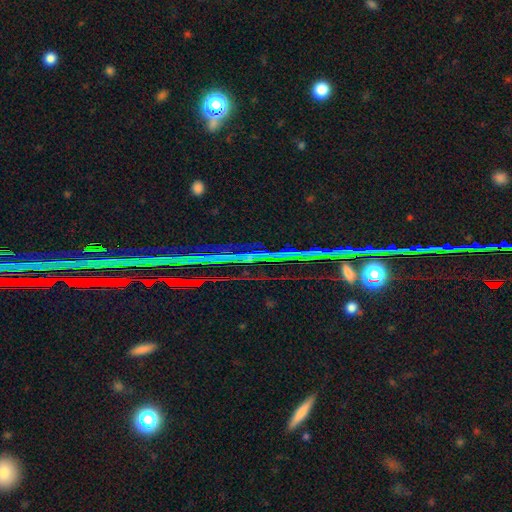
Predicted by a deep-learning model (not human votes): Q: Smooth or featured?
A: star or artifact (80%); runner-up: featured or disk (11%)